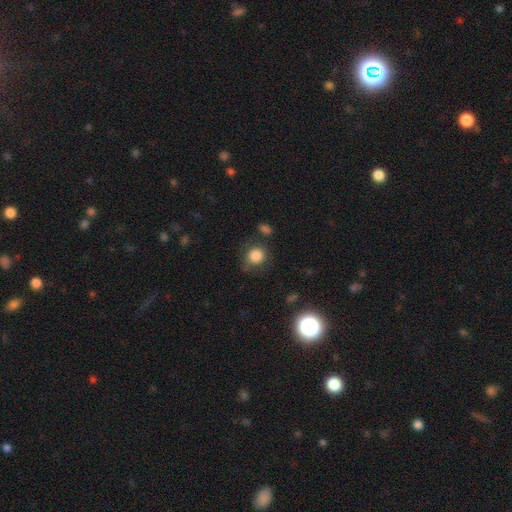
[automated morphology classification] A smooth galaxy with no disk features (83%) that is round (82%). Merging: none (63%).